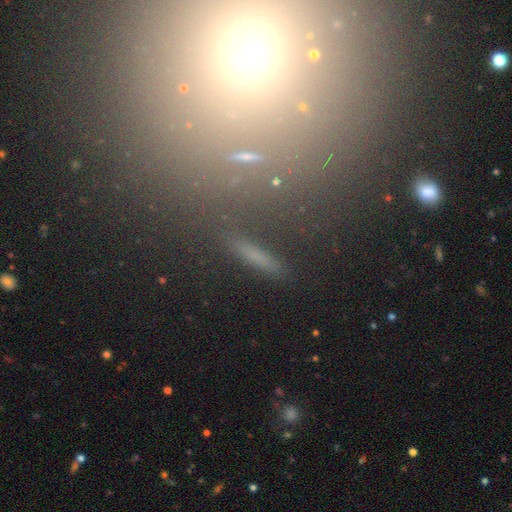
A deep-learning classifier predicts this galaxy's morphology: smooth 45%, star or artifact 31%, featured or disk 24%. Down the decision tree: merging — none (85%).